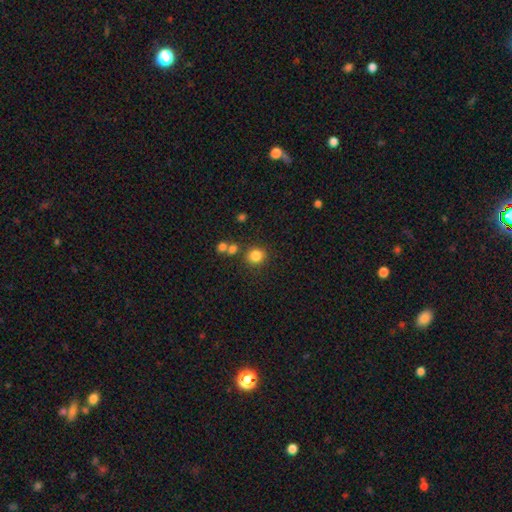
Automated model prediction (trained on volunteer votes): Q: Smooth or featured?
A: smooth (83%); runner-up: star or artifact (12%)
Q: How rounded?
A: round (84%); runner-up: in between (15%)
Q: Merging?
A: none (79%); runner-up: minor disturbance (9%)